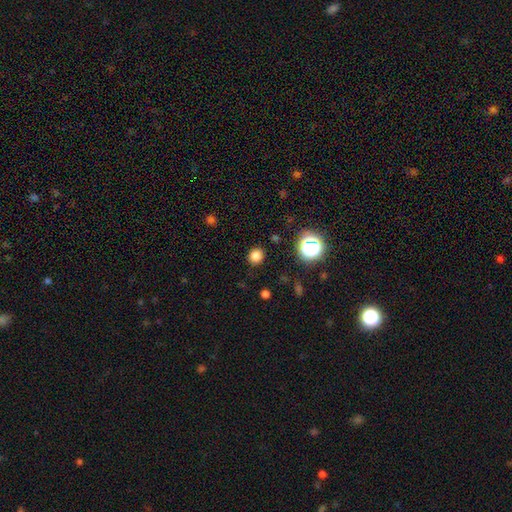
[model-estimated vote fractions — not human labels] The model was most divided on "how rounded": round: 78%, in between: 21%, cigar-shaped: 1%. More confident: merging — none (88%); smooth or featured — smooth (79%).